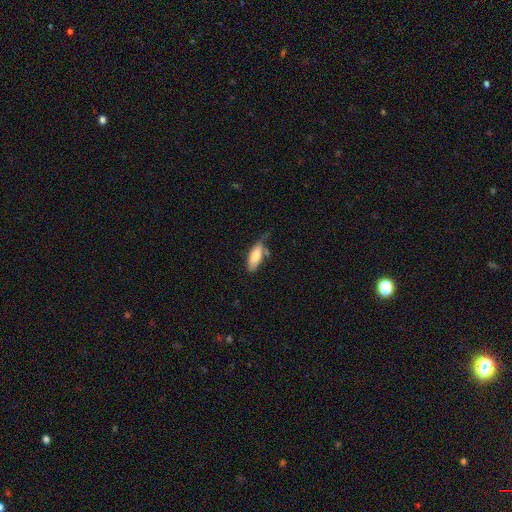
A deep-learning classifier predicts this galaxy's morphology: Overall: smooth (78%). How rounded: in between (73%). Merging: none (45%; minor disturbance 31%).